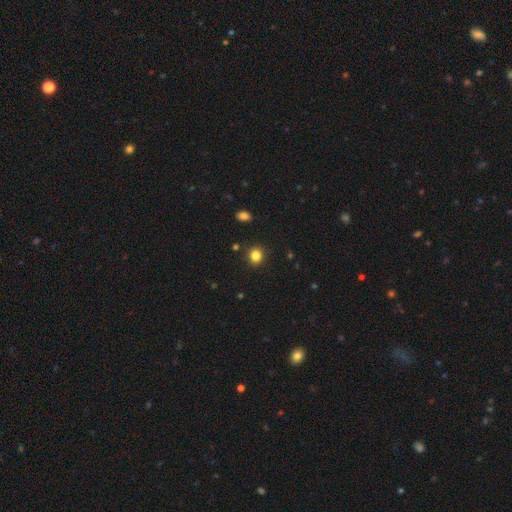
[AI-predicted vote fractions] smooth-or-featured: smooth: 84% | star or artifact: 12% | featured or disk: 5%
  how-rounded: round: 79% | in between: 20% | cigar-shaped: 1%
  merging: none: 89% | minor disturbance: 7% | major disturbance: 2% | merger: 2%